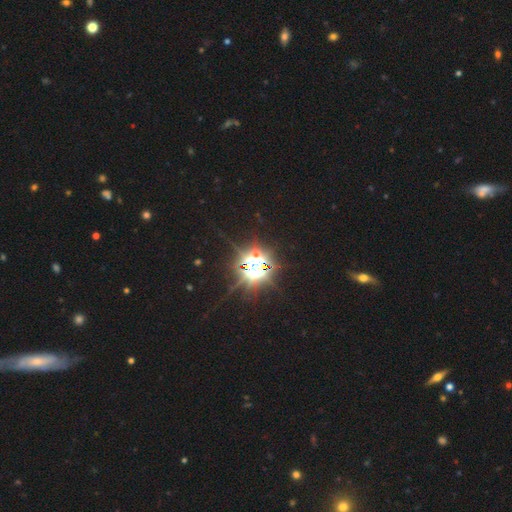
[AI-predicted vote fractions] A star or artifact, not a galaxy (82%).

Vote fractions:
- Smooth or featured? star or artifact: 82% / smooth: 10% / featured or disk: 9%